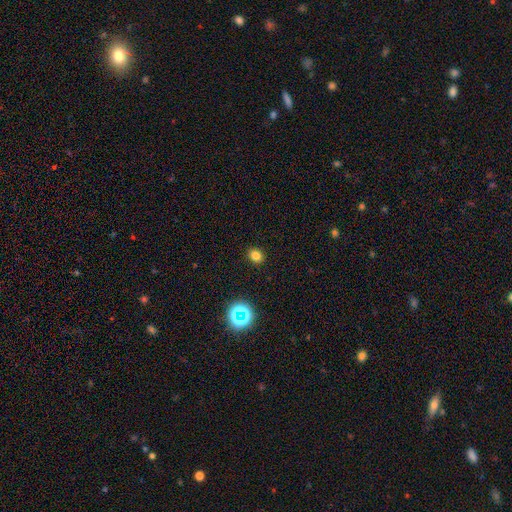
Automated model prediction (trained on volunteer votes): Overall: smooth (77%). How rounded: round (63%; in between 36%). Merging: none (90%).